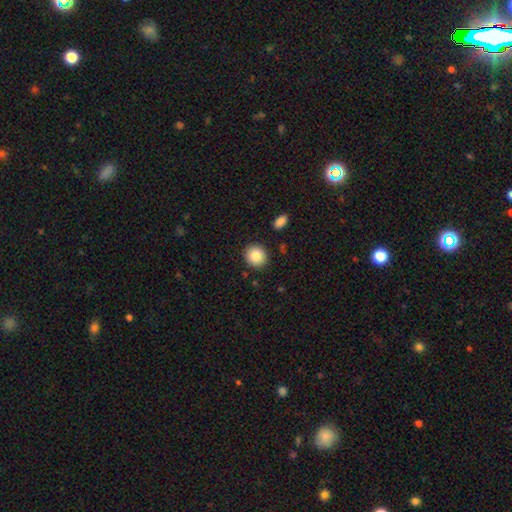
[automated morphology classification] Smooth or featured: smooth — 86% (star or artifact — 8%)
How rounded: round — 88% (in between — 11%)
Merging: none — 90% (minor disturbance — 7%)